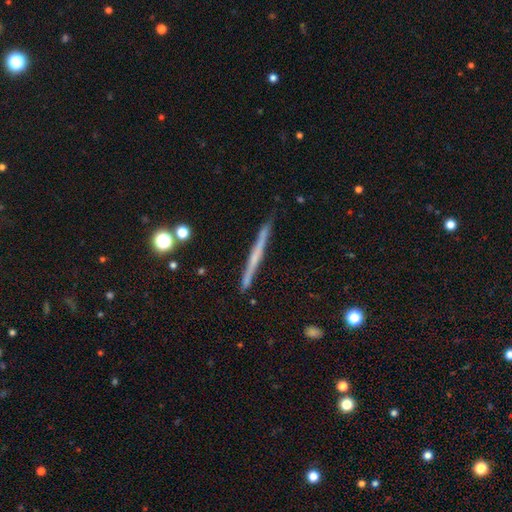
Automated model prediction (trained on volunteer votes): smooth-or-featured: featured or disk: 58% | smooth: 34% | star or artifact: 7%
  disk-edge-on: yes: 97% | no: 3%
    edge-on-bulge: none: 79% | rounded: 16% | boxy: 5%
  merging: none: 89% | minor disturbance: 8% | merger: 2% | major disturbance: 1%